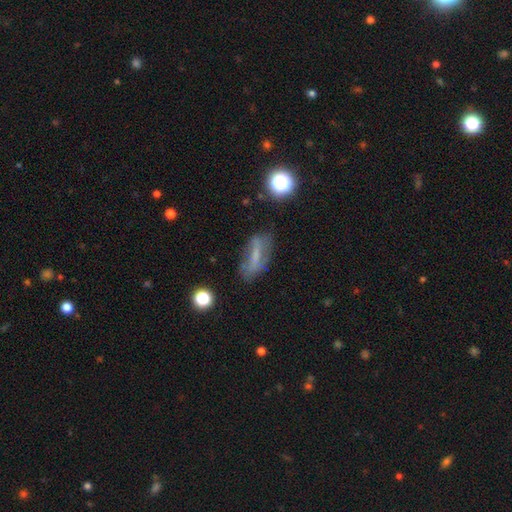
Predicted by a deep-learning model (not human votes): A featured or disk galaxy (44%). Merging: none (63%).